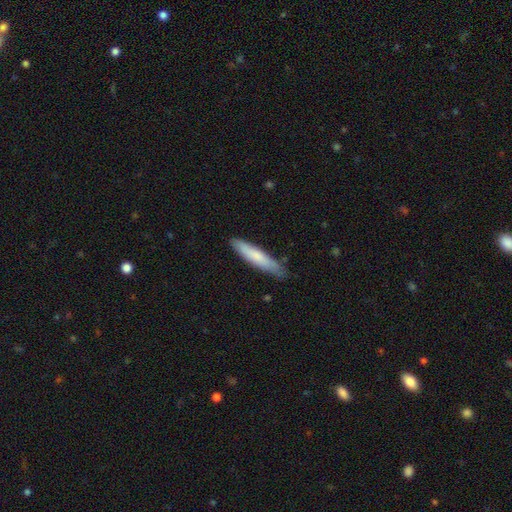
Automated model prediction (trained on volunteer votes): Smooth or featured: smooth — 74% (featured or disk — 21%)
How rounded: cigar-shaped — 87% (in between — 12%)
Merging: none — 79% (minor disturbance — 17%)